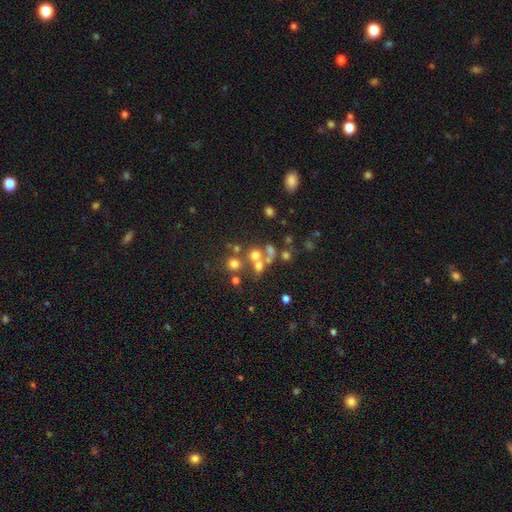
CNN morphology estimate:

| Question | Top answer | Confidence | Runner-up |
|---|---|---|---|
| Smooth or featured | smooth | 54% | star or artifact (24%) |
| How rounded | round | 83% | in between (16%) |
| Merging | none | 47% | merger (37%) |